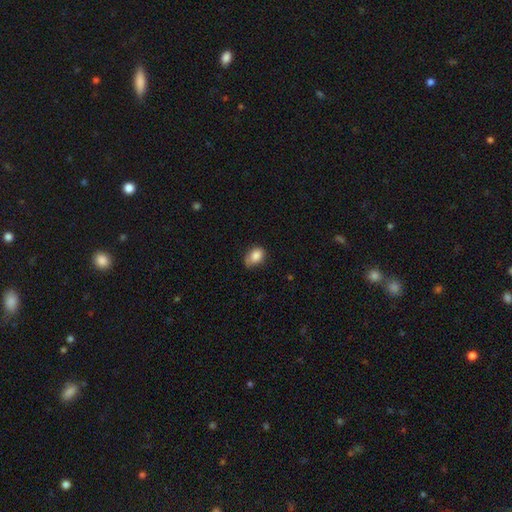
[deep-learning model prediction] smooth-or-featured: smooth: 85% | star or artifact: 8% | featured or disk: 7%
  how-rounded: in between: 76% | round: 23% | cigar-shaped: 1%
  merging: none: 53% | minor disturbance: 37% | major disturbance: 8% | merger: 2%